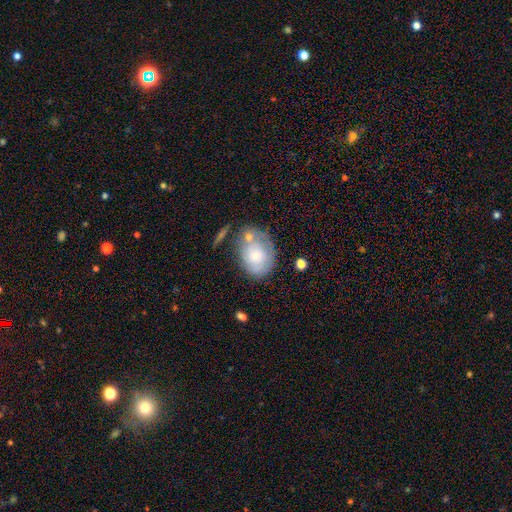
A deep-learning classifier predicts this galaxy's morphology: Smooth or featured?
  - smooth: 63% *
  - featured or disk: 29%
  - star or artifact: 7%
How rounded?
  - in between: 67% *
  - round: 32%
  - cigar-shaped: 1%
Merging?
  - none: 48% *
  - minor disturbance: 25%
  - merger: 18%
  - major disturbance: 10%